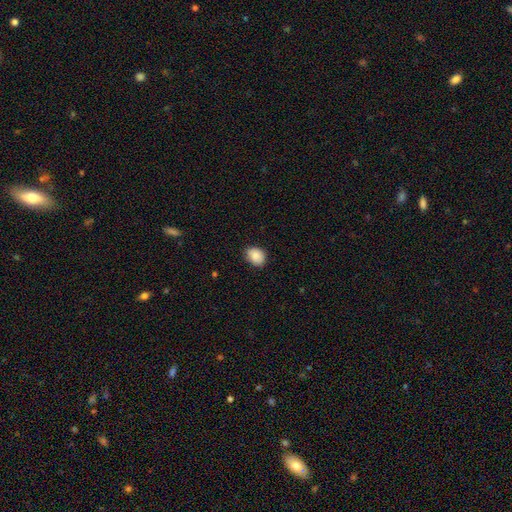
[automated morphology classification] Smooth or featured?
  - smooth: 87% *
  - star or artifact: 8%
  - featured or disk: 6%
How rounded?
  - in between: 58% *
  - round: 41%
  - cigar-shaped: 1%
Merging?
  - none: 80% *
  - minor disturbance: 17%
  - major disturbance: 3%
  - merger: 1%